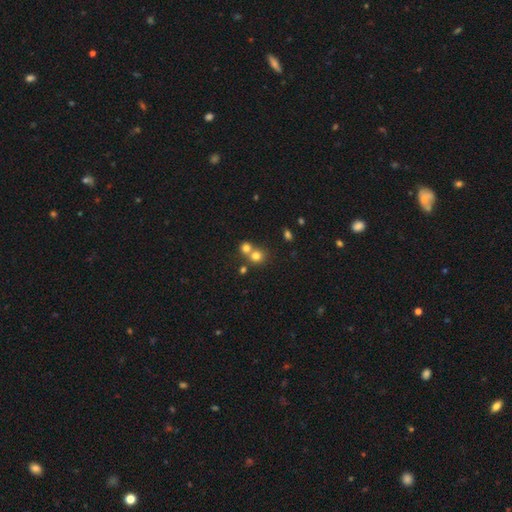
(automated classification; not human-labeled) This is likely a smooth galaxy (75%). How rounded: clearly round (85%). Merging: possibly merger (47%).